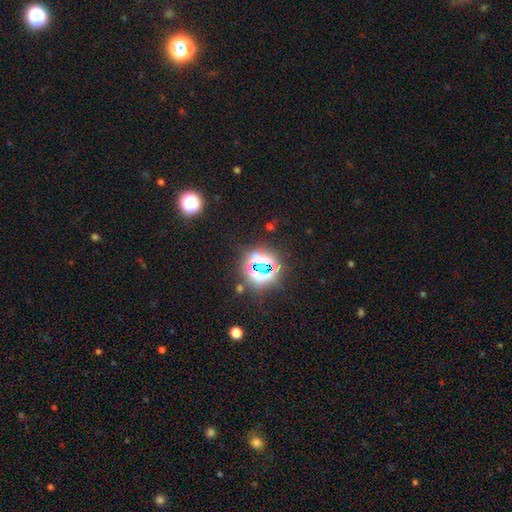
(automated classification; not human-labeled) smooth_or_featured: star or artifact (p=0.77) [alt: smooth p=0.14]